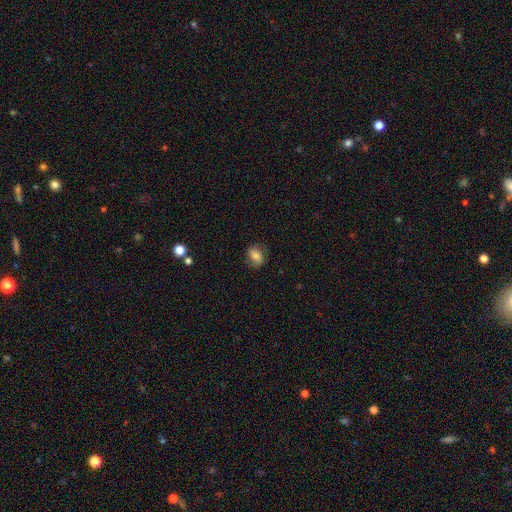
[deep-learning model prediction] Smooth or featured?
  - smooth: 68% *
  - featured or disk: 22%
  - star or artifact: 10%
How rounded?
  - in between: 66% *
  - round: 32%
  - cigar-shaped: 2%
Merging?
  - none: 75% *
  - minor disturbance: 18%
  - major disturbance: 6%
  - merger: 1%